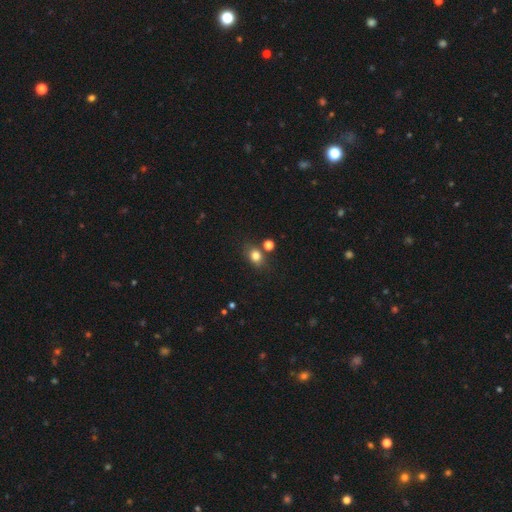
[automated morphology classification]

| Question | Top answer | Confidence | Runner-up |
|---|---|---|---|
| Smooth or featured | smooth | 79% | star or artifact (13%) |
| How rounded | in between | 51% | round (47%) |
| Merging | none | 72% | minor disturbance (14%) |